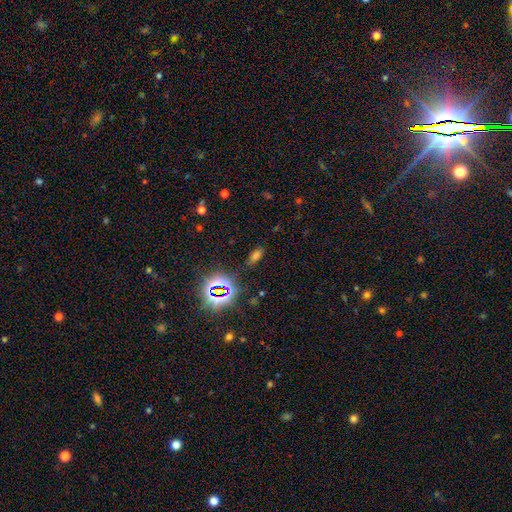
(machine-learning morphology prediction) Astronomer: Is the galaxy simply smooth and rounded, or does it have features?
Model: smooth — 50% (runner-up: star or artifact, 40%).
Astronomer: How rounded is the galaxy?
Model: in between — 71%.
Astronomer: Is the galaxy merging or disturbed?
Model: none — 82%.